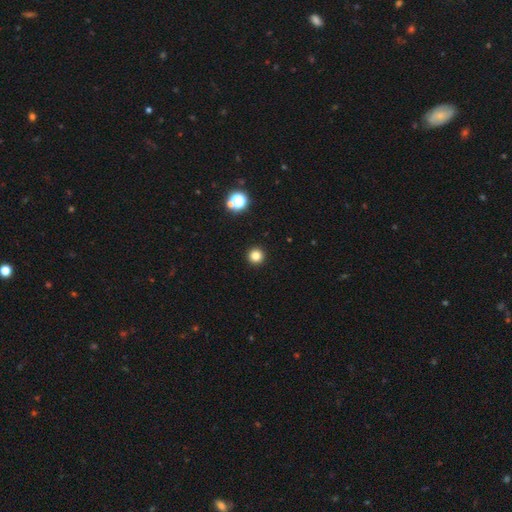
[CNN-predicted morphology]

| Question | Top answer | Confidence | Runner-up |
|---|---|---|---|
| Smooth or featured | smooth | 81% | star or artifact (14%) |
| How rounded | round | 96% | in between (3%) |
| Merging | none | 94% | minor disturbance (4%) |